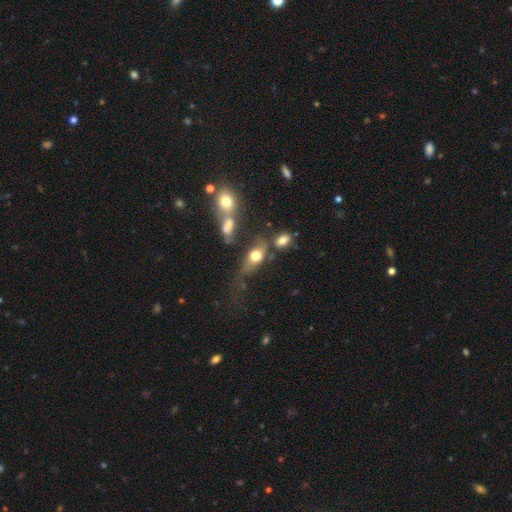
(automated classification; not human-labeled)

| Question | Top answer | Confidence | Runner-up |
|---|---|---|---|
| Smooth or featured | smooth | 66% | featured or disk (24%) |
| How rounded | in between | 75% | round (16%) |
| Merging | none | 36% | merger (23%) |